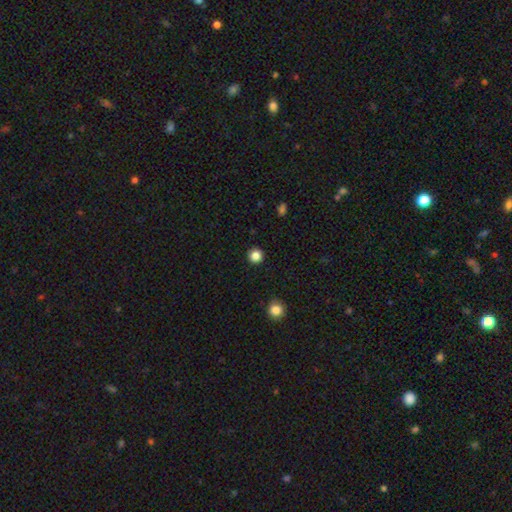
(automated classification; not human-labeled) smooth 85%, star or artifact 11%, featured or disk 4%. Down the decision tree: how rounded — round (96%); merging — none (93%).